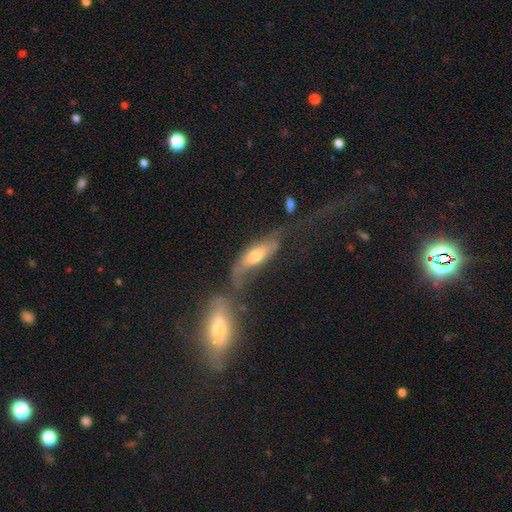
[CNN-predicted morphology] Smooth or featured: featured or disk — 49% (smooth — 43%)
Merging: merger — 42% (major disturbance — 24%)